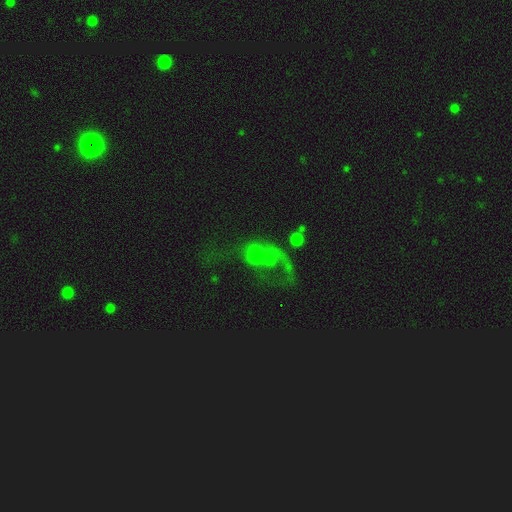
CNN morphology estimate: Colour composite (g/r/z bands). It shows a smooth galaxy with no disk features (43%). Merging: merger (41%).